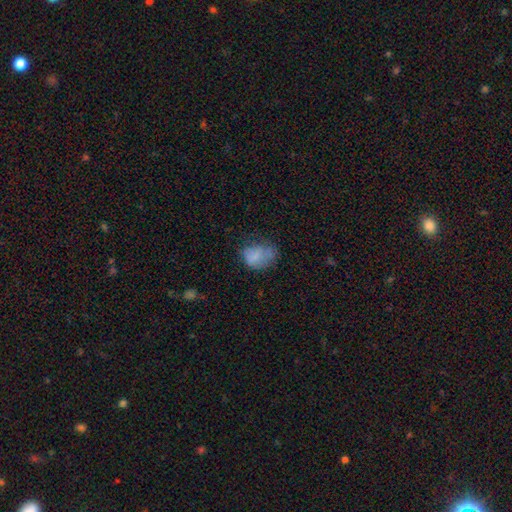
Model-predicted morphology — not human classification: Q: Smooth or featured?
A: smooth (73%); runner-up: featured or disk (16%)
Q: How rounded?
A: in between (66%); runner-up: round (33%)
Q: Merging?
A: none (41%); runner-up: minor disturbance (33%)